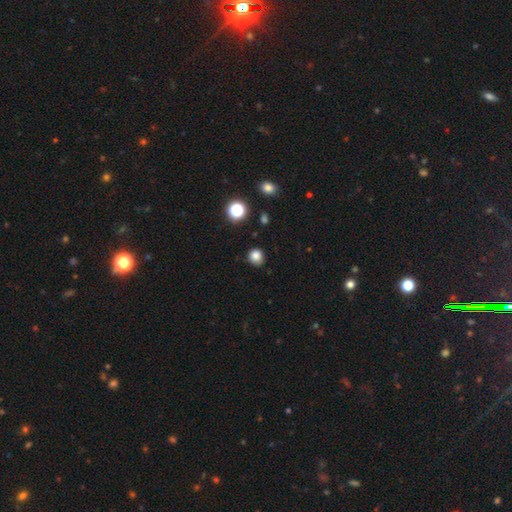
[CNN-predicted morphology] Q: Smooth or featured?
A: smooth (82%); runner-up: star or artifact (14%)
Q: How rounded?
A: round (84%); runner-up: in between (15%)
Q: Merging?
A: none (83%); runner-up: minor disturbance (12%)